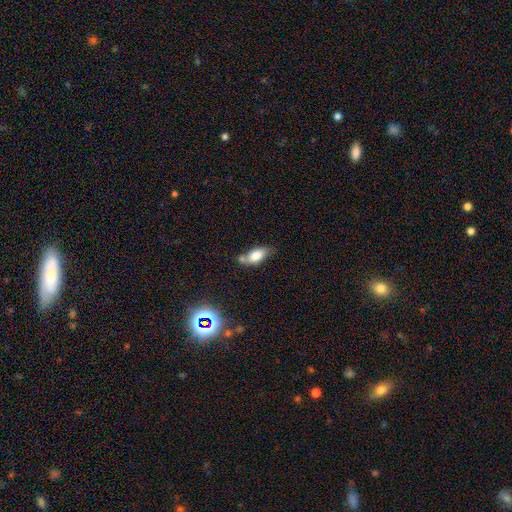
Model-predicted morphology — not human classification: Overall: smooth (76%). How rounded: in between (85%). Merging: none (44%; minor disturbance 25%).